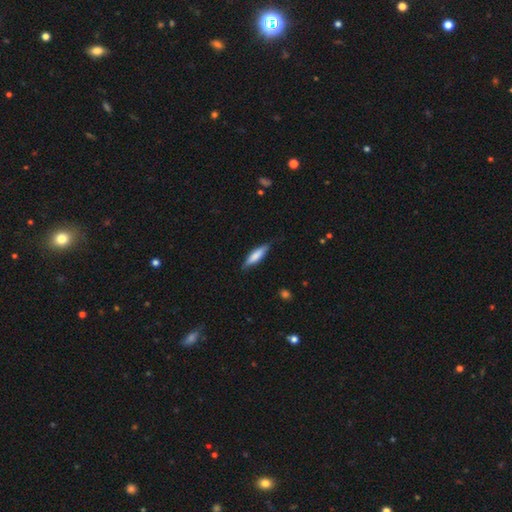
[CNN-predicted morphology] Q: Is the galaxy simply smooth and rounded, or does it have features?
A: smooth — 72%.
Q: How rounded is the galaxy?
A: cigar-shaped — 69%.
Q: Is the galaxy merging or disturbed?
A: none — 80%.